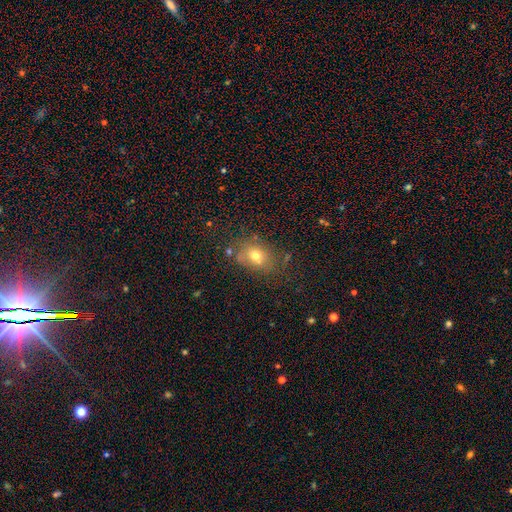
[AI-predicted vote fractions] A smooth galaxy with no disk features (69%) that is in between round and cigar-shaped (64%).

Vote fractions:
- Smooth or featured? smooth: 69% / featured or disk: 17% / star or artifact: 14%
- How rounded? in between: 64% / round: 35% / cigar-shaped: 1%
- Merging? none: 65% / minor disturbance: 20% / major disturbance: 8% / merger: 7%